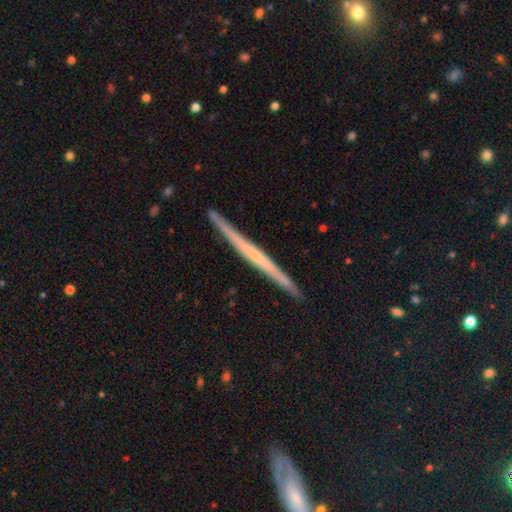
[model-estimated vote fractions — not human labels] Smooth or featured?
  - featured or disk: 62% *
  - smooth: 32%
  - star or artifact: 5%
Edge-on disk?
  - yes: 98% *
  - no: 2%
Edge-on bulge?
  - none: 83% *
  - rounded: 10%
  - boxy: 6%
Merging?
  - none: 91% *
  - minor disturbance: 7%
  - major disturbance: 1%
  - merger: 1%